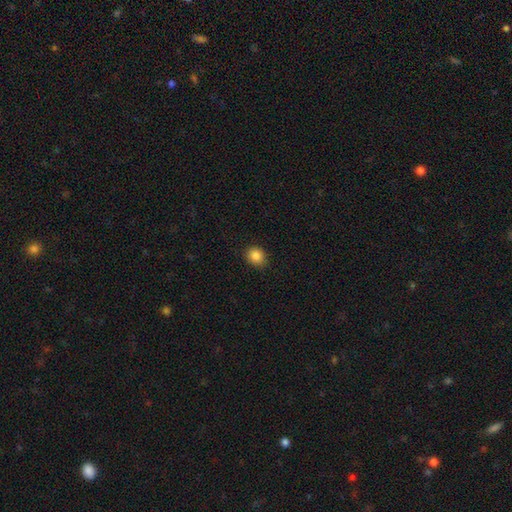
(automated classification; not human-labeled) Morphology: type=smooth (86%); roundness=round (67%); merging=none (85%).